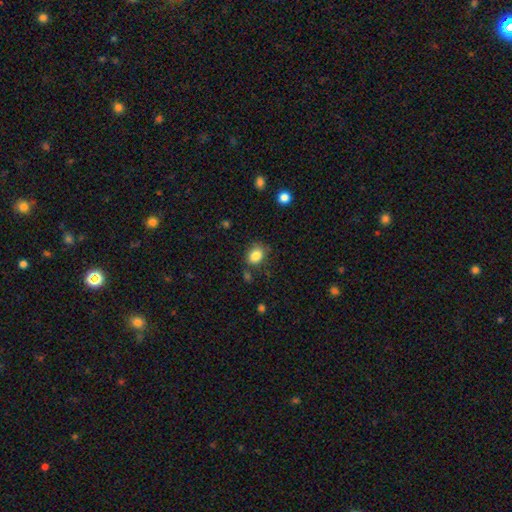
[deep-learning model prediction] Morphology: type=smooth (85%); roundness=in between (54%); merging=none (73%).